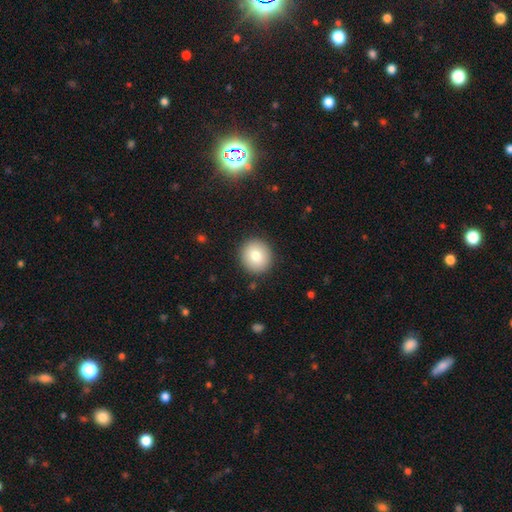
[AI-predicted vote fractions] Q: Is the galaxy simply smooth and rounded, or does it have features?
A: smooth — 78%.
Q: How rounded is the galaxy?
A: round — 90%.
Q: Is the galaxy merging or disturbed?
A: none — 90%.